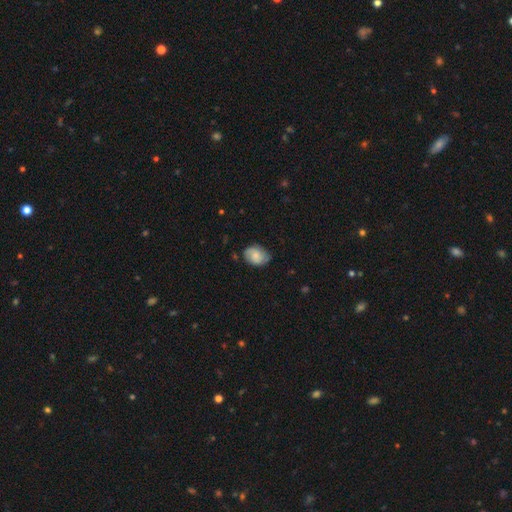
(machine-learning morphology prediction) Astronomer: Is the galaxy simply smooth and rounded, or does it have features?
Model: smooth — 62%.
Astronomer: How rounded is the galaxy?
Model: in between — 72%.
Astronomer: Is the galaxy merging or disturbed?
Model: none — 68%.